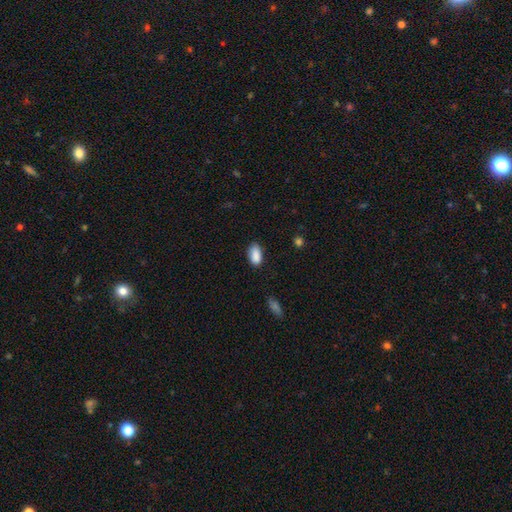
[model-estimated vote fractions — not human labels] Overall: smooth (88%). How rounded: in between (92%). Merging: none (76%).